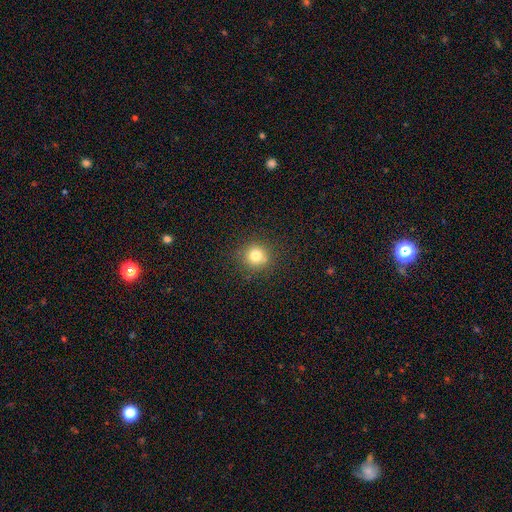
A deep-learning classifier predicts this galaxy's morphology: This is likely a smooth galaxy (78%). How rounded: clearly round (91%). Merging: clearly none (86%).